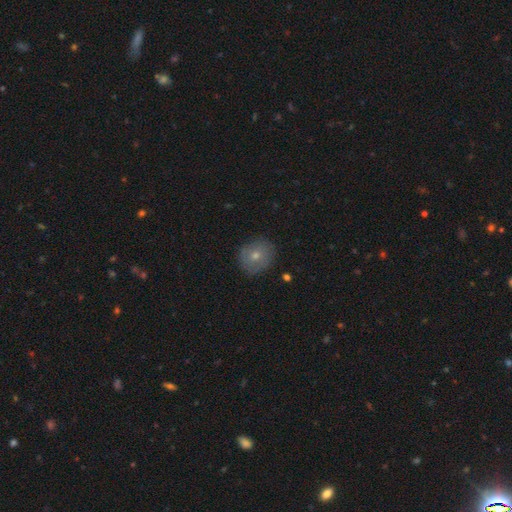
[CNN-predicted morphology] Smooth or featured?
  - smooth: 69% *
  - featured or disk: 22%
  - star or artifact: 9%
How rounded?
  - round: 73% *
  - in between: 26%
  - cigar-shaped: 1%
Merging?
  - none: 84% *
  - minor disturbance: 12%
  - major disturbance: 3%
  - merger: 1%